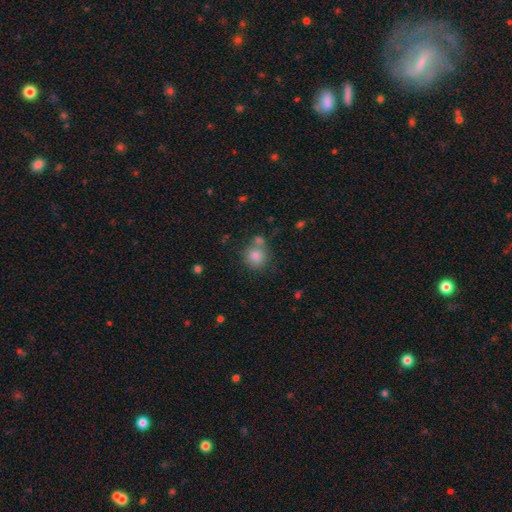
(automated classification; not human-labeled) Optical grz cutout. It shows a smooth galaxy with no disk features (82%) that is round (88%). Merging: none (62%).